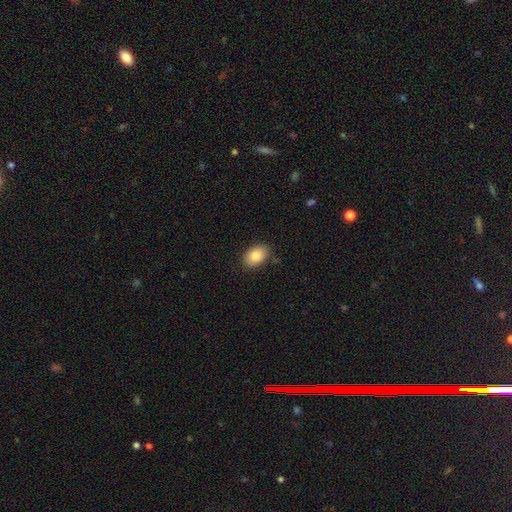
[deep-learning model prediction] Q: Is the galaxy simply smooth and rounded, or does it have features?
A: smooth — 85%.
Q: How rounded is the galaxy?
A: in between — 85%.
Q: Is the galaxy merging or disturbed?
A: none — 85%.